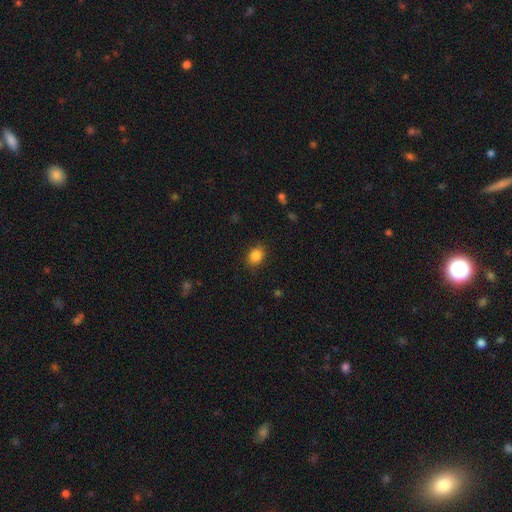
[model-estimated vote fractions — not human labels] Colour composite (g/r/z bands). It shows a smooth galaxy with no disk features (86%) that is in between round and cigar-shaped (52%). Merging: none (86%).